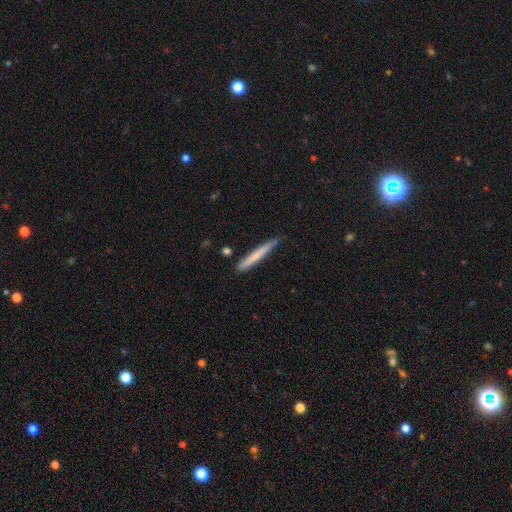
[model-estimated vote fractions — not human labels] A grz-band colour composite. It shows a smooth galaxy with no disk features (65%) that is cigar-shaped (96%). Merging: none (80%).